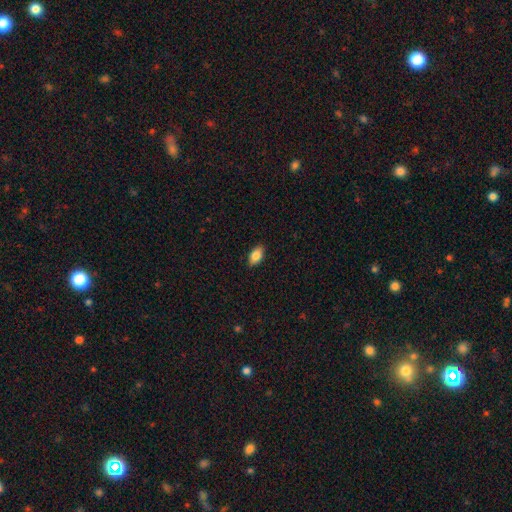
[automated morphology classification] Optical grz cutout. It shows a smooth galaxy with no disk features (84%) that is in between round and cigar-shaped (91%). Merging: none (88%).